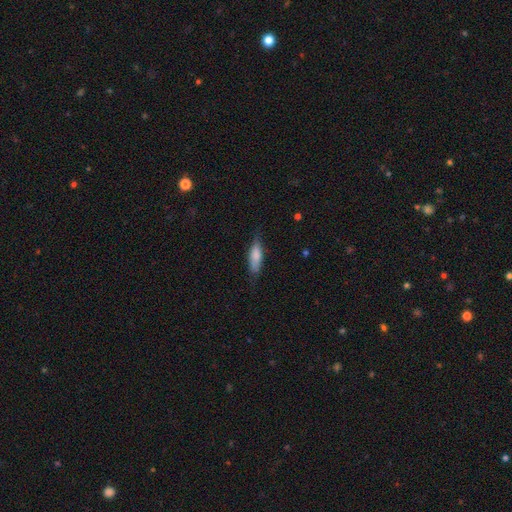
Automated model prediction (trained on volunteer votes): Smooth or featured: smooth — 76% (featured or disk — 18%)
How rounded: cigar-shaped — 51% (in between — 47%)
Merging: none — 72% (minor disturbance — 21%)